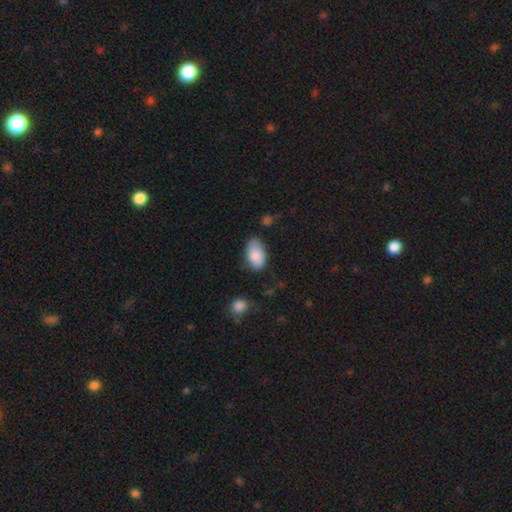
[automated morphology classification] smooth_or_featured: smooth (p=0.86) [alt: featured or disk p=0.07]
how_rounded: in between (p=0.94) [alt: round p=0.04]
merging: none (p=0.65) [alt: minor disturbance p=0.26]